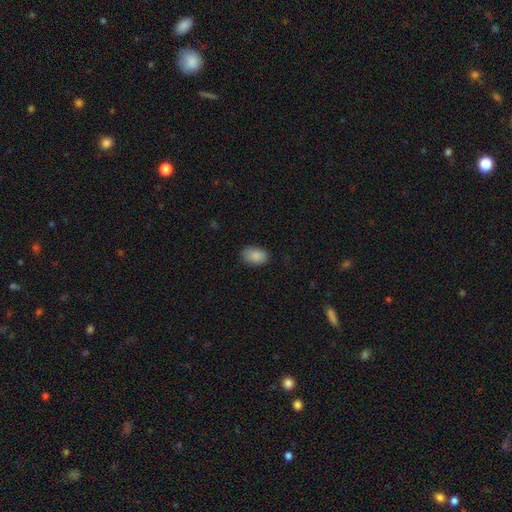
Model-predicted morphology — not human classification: This appears to be a smooth galaxy with no disk features (88%) that is in between round and cigar-shaped (89%). Merging: none (79%).